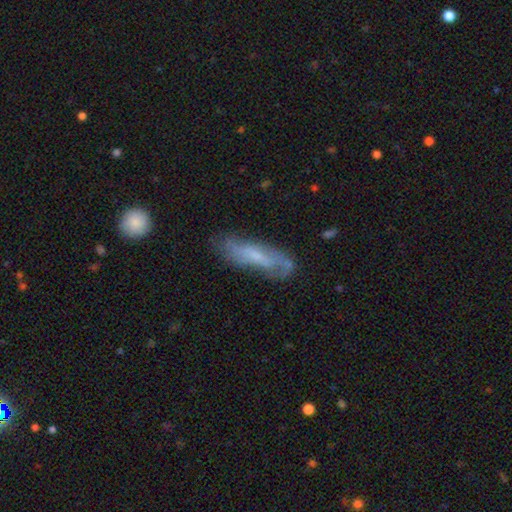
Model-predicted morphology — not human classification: This is possibly a featured or disk galaxy (53%). It is likely not viewed edge-on (68%). Merging: likely none (62%).